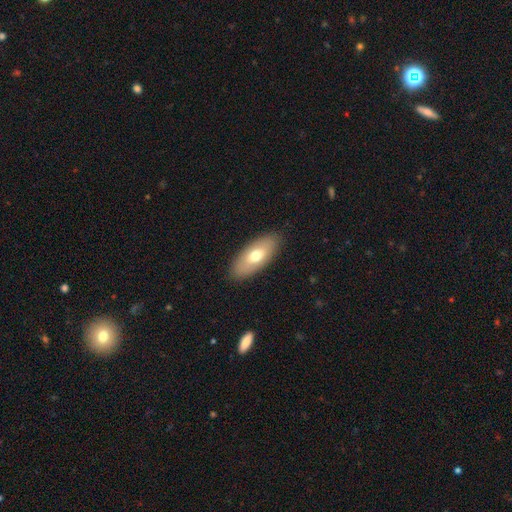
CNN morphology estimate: Smooth or featured?
  - smooth: 66% *
  - featured or disk: 28%
  - star or artifact: 6%
How rounded?
  - in between: 85% *
  - cigar-shaped: 12%
  - round: 3%
Merging?
  - none: 88% *
  - minor disturbance: 9%
  - major disturbance: 2%
  - merger: 1%